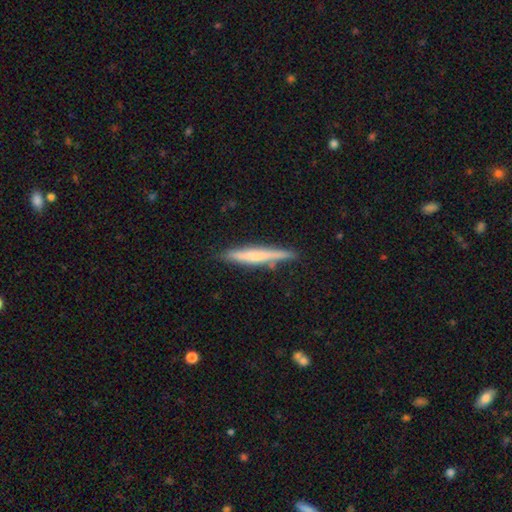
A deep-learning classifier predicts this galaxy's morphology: Smooth or featured? Predicted: smooth (p=0.50). Merging? Predicted: none (p=0.76).